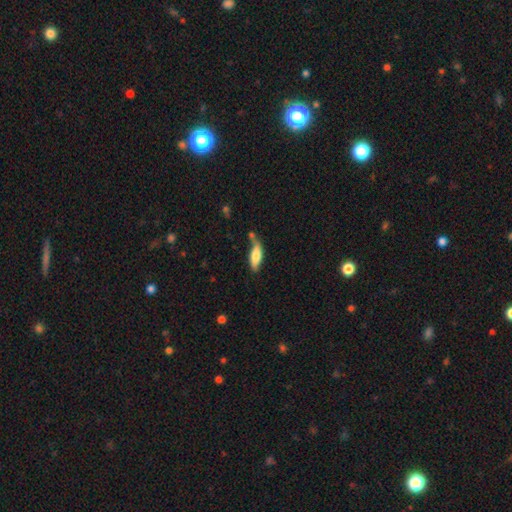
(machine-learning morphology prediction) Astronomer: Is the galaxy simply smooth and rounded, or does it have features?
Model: smooth — 74%.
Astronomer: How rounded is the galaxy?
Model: in between — 64%.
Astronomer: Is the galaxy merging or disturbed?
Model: none — 47% (runner-up: minor disturbance, 27%).